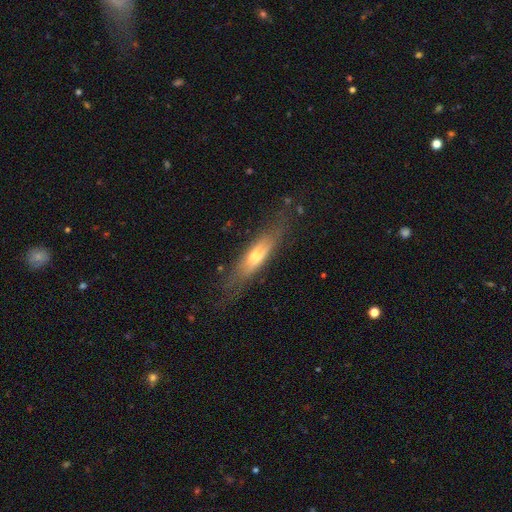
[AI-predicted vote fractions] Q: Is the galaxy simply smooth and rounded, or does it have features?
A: featured or disk — 57%.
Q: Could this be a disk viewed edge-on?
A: yes — 72%.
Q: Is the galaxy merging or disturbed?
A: none — 67%.